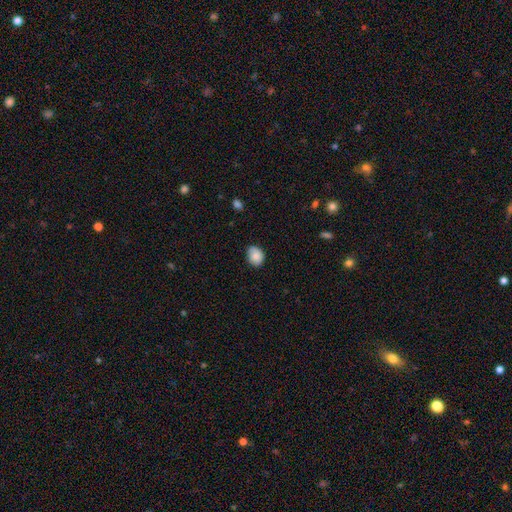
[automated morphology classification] smooth_or_featured: smooth (p=0.84) [alt: featured or disk p=0.08]
how_rounded: in between (p=0.54) [alt: round p=0.45]
merging: none (p=0.72) [alt: minor disturbance p=0.24]